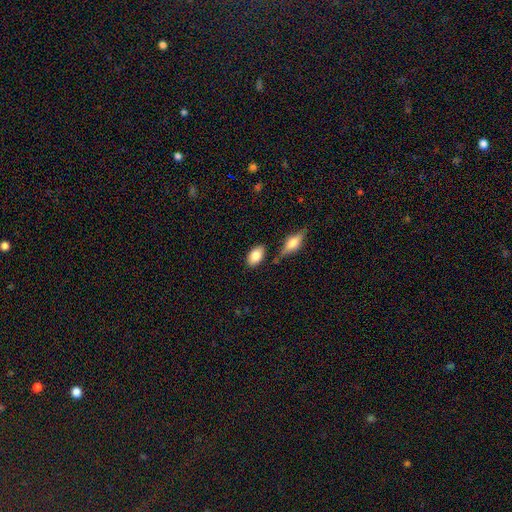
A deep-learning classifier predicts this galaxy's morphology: smooth_or_featured: smooth (p=0.83) [alt: featured or disk p=0.10]
how_rounded: in between (p=0.91) [alt: round p=0.06]
merging: none (p=0.77) [alt: minor disturbance p=0.13]